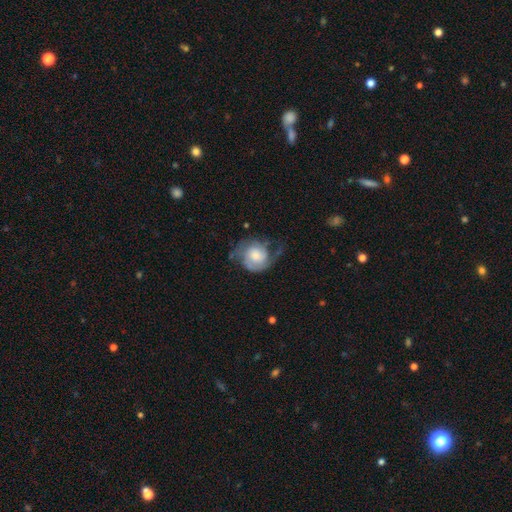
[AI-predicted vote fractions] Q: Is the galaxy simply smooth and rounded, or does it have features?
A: featured or disk — 64%.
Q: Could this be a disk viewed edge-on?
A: no — 98%.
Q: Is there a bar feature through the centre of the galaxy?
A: no — 72%.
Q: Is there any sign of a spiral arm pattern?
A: yes — 89%.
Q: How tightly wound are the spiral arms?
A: medium — 40%.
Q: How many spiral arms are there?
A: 2 — 64%.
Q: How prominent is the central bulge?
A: moderate — 40%.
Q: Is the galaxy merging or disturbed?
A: none — 46%.